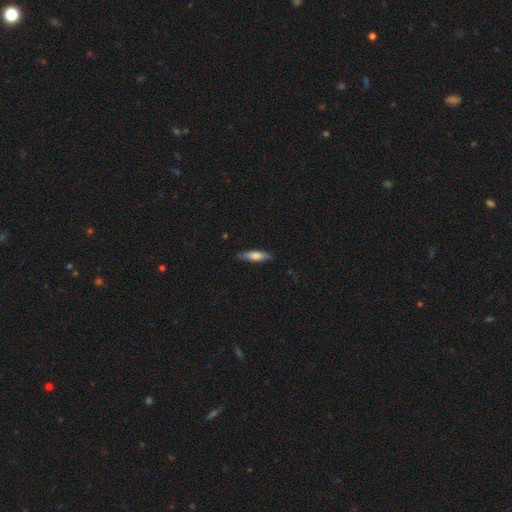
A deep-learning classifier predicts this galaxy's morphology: type=smooth (69%); roundness=cigar-shaped (64%); merging=none (84%).